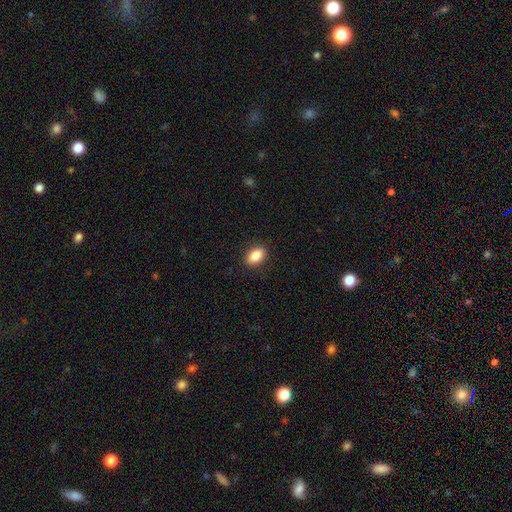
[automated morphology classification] This is clearly a smooth galaxy (88%). How rounded: clearly in between (88%). Merging: clearly none (90%).